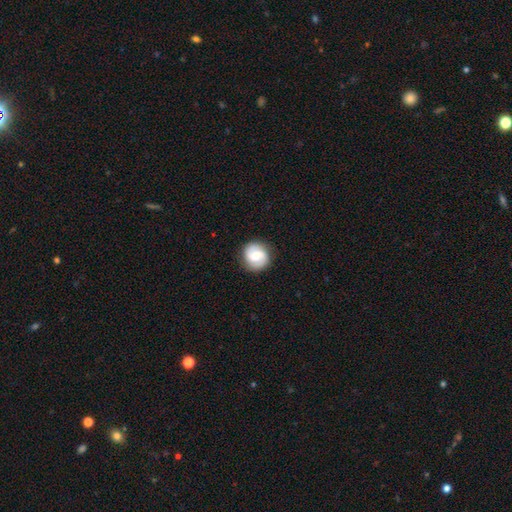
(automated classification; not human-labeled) smooth-or-featured: featured or disk: 56% | smooth: 37% | star or artifact: 7%
  disk-edge-on: no: 98% | yes: 2%
    bar: no: 47% | weak: 42% | strong: 11%
    has-spiral-arms: yes: 88% | no: 12%
    bulge-size: moderate: 67% | small: 24% | large: 6% | none: 1% | dominant: 1%
  merging: none: 88% | minor disturbance: 9% | major disturbance: 3% | merger: 1%